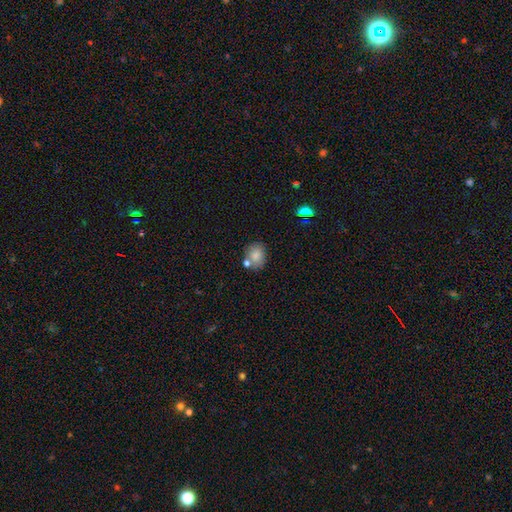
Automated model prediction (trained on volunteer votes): Q: Smooth or featured?
A: smooth (81%); runner-up: featured or disk (10%)
Q: How rounded?
A: in between (50%); runner-up: round (49%)
Q: Merging?
A: none (64%); runner-up: merger (17%)